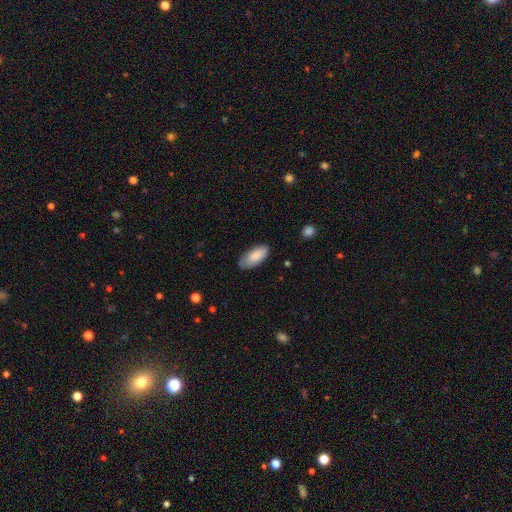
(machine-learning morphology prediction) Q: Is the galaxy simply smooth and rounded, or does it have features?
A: smooth — 87%.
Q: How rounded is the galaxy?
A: in between — 90%.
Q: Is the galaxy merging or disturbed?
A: none — 77%.